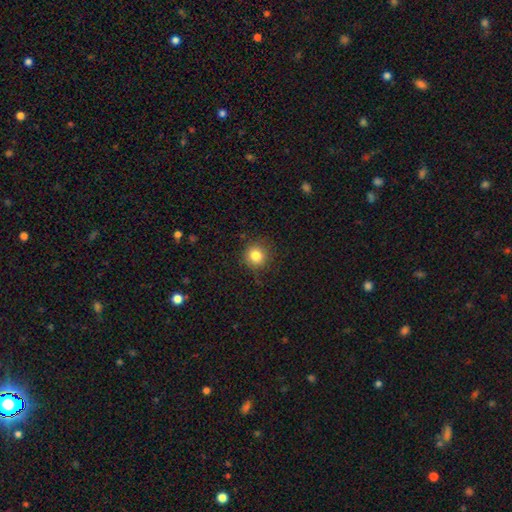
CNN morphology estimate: Overall: smooth (82%). How rounded: round (92%). Merging: none (86%).